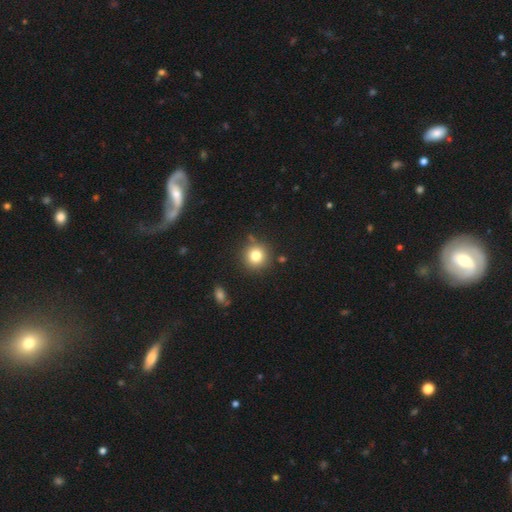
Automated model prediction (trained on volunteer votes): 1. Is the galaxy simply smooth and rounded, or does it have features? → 80% smooth, 12% star or artifact, 8% featured or disk.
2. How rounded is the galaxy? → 93% round, 6% in between, 1% cigar-shaped.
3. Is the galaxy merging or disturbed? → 84% none, 9% minor disturbance, 4% merger, 3% major disturbance.